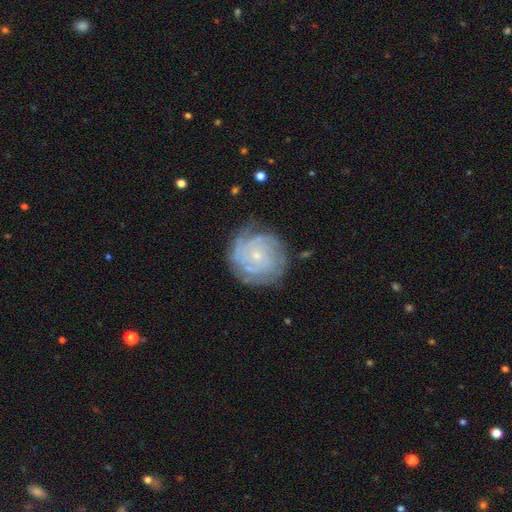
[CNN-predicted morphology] This appears to be a featured or disk galaxy (79%) with no bar (82%), tight (80%) spiral arms (94%) and a small central bulge (85%). Merging: none (75%).